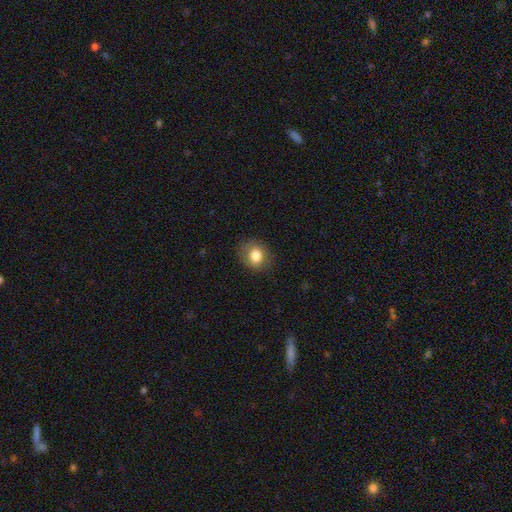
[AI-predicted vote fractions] smooth 81%, star or artifact 10%, featured or disk 10%. Down the decision tree: how rounded — round (67%); merging — none (85%).